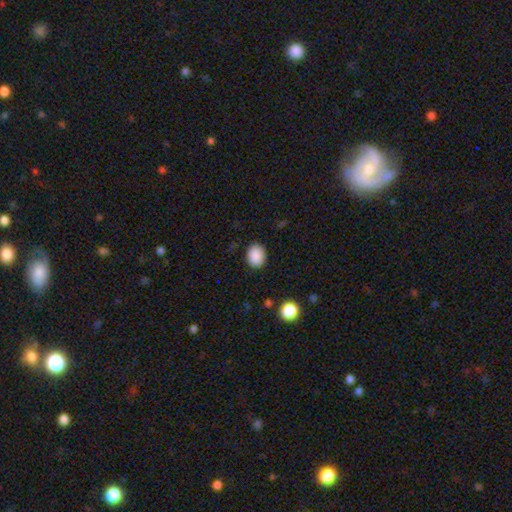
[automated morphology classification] A smooth galaxy with no disk features (88%) that is in between round and cigar-shaped (50%). Merging: none (88%).